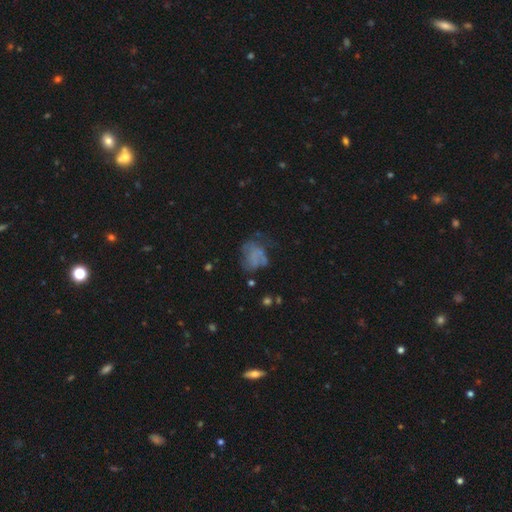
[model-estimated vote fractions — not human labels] The model was most divided on "merging": major disturbance: 36%, none: 34%, minor disturbance: 25%, merger: 6%. Remaining: smooth or featured — smooth (49%).